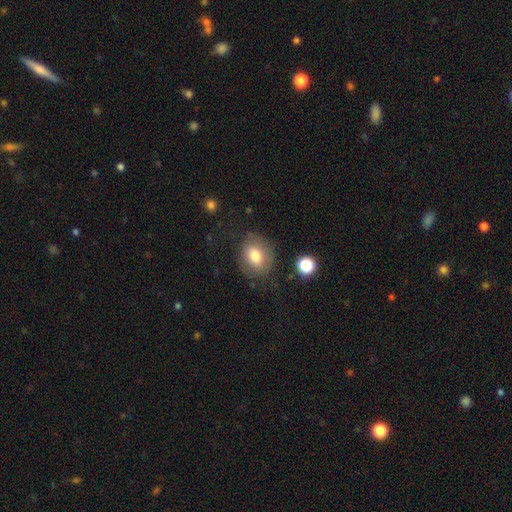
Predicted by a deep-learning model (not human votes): A smooth galaxy with no disk features (76%) that is in between round and cigar-shaped (52%).

Vote fractions:
- Smooth or featured? smooth: 76% / featured or disk: 15% / star or artifact: 10%
- How rounded? in between: 52% / round: 47% / cigar-shaped: 1%
- Merging? none: 72% / minor disturbance: 18% / major disturbance: 8% / merger: 3%